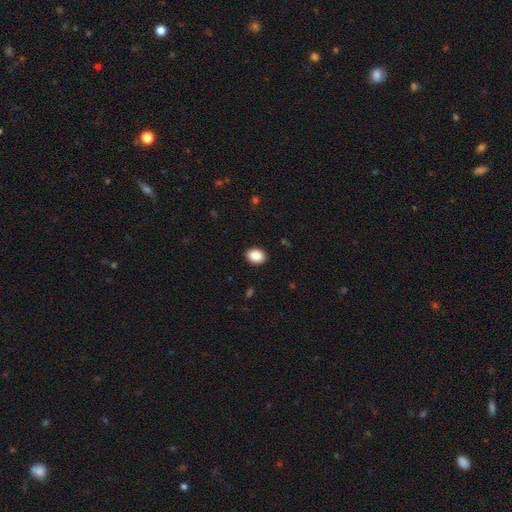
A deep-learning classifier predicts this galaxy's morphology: This is clearly a smooth galaxy (88%). How rounded: likely in between (66%). Merging: clearly none (91%).